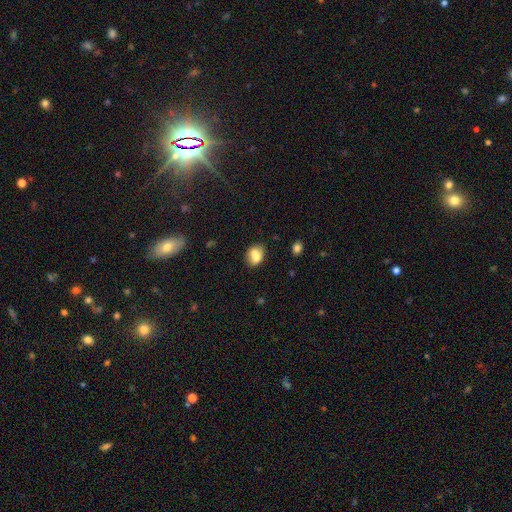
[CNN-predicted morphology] Overall: smooth (76%). How rounded: in between (62%; round 36%). Merging: none (55%; merger 24%).